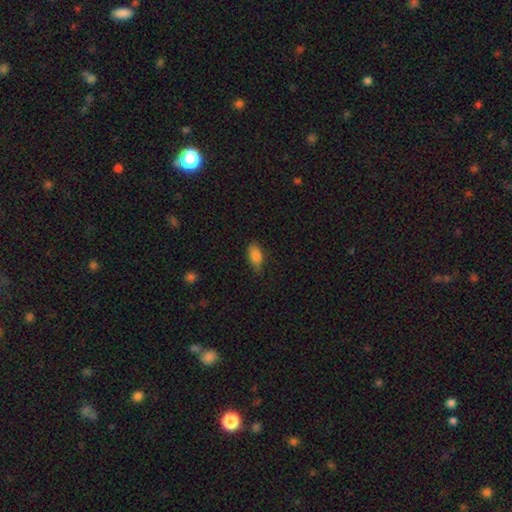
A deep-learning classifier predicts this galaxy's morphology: Smooth or featured? smooth (85%)
How rounded? in between (88%)
Merging? none (71%)